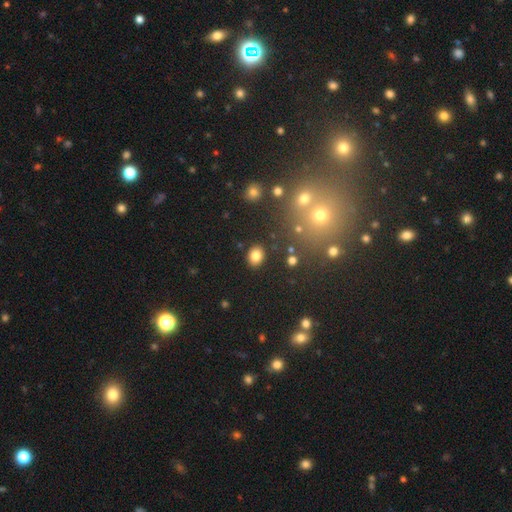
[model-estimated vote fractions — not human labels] Smooth or featured?
  - smooth: 81% *
  - star or artifact: 11%
  - featured or disk: 7%
How rounded?
  - in between: 56% *
  - round: 43%
  - cigar-shaped: 1%
Merging?
  - none: 88% *
  - minor disturbance: 8%
  - major disturbance: 2%
  - merger: 2%